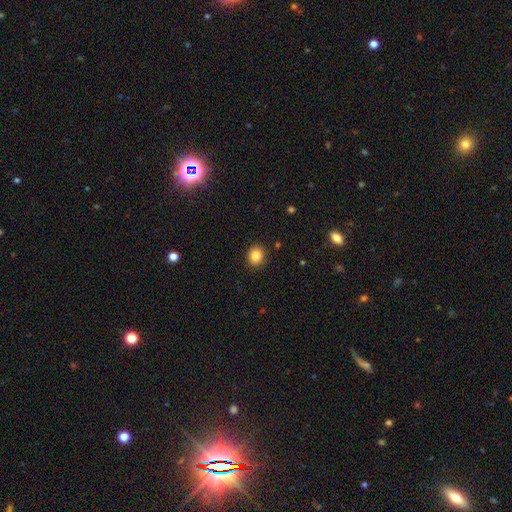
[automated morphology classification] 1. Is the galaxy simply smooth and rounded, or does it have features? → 85% smooth, 10% star or artifact, 5% featured or disk.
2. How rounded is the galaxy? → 74% round, 25% in between, 1% cigar-shaped.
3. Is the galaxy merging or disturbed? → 90% none, 7% minor disturbance, 2% major disturbance, 1% merger.